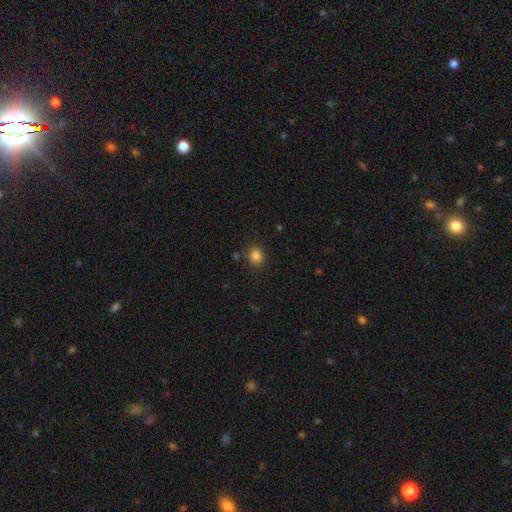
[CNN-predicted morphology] smooth_or_featured: smooth (p=0.84) [alt: star or artifact p=0.12]
how_rounded: round (p=0.77) [alt: in between p=0.22]
merging: none (p=0.84) [alt: minor disturbance p=0.09]